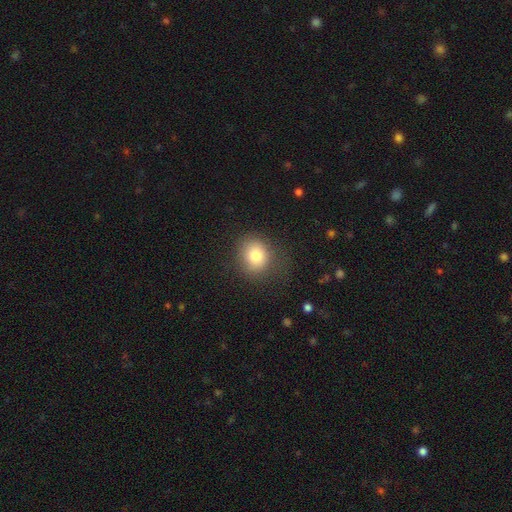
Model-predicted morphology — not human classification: Smooth or featured? Predicted: smooth (p=0.80). How rounded? Predicted: round (p=0.65). Merging? Predicted: none (p=0.74).